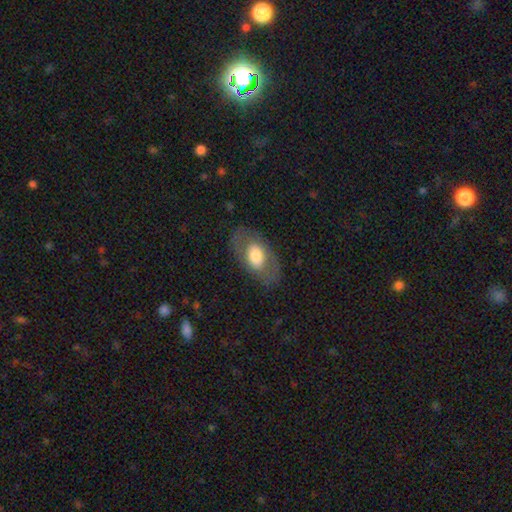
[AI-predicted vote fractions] This appears to be a smooth galaxy with no disk features (56%) that is in between round and cigar-shaped (89%). Merging: none (78%).